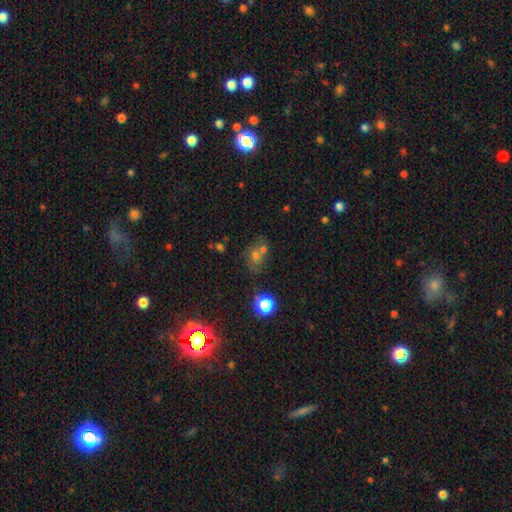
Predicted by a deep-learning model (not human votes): This appears to be a smooth galaxy with no disk features (53%) that is round (60%). Merging: none (46%).